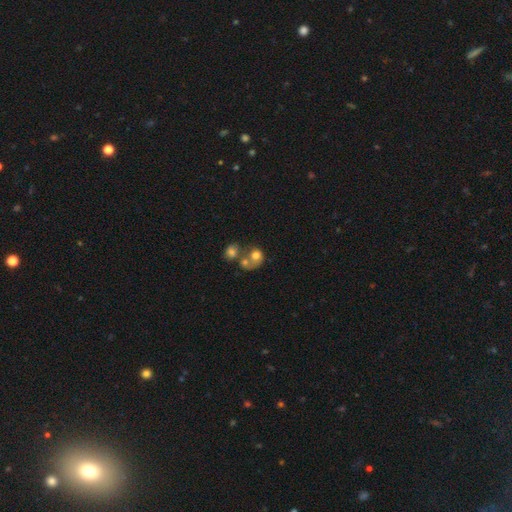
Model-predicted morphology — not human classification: smooth_or_featured: smooth (p=0.66) [alt: featured or disk p=0.23]
how_rounded: round (p=0.66) [alt: in between p=0.33]
merging: merger (p=0.62) [alt: none p=0.21]